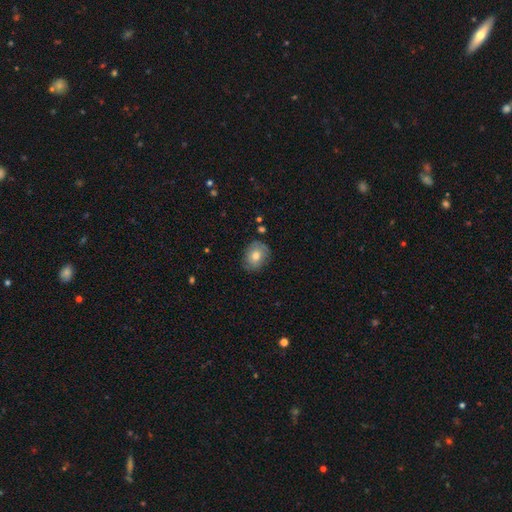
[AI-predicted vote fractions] smooth 67%, featured or disk 25%, star or artifact 8%. Down the decision tree: how rounded — round (50%); merging — none (77%).